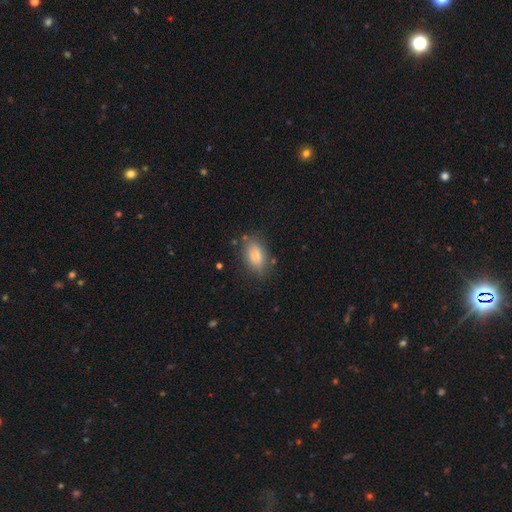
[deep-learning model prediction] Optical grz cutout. It shows a smooth galaxy with no disk features (83%) that is in between round and cigar-shaped (89%). Merging: none (73%).